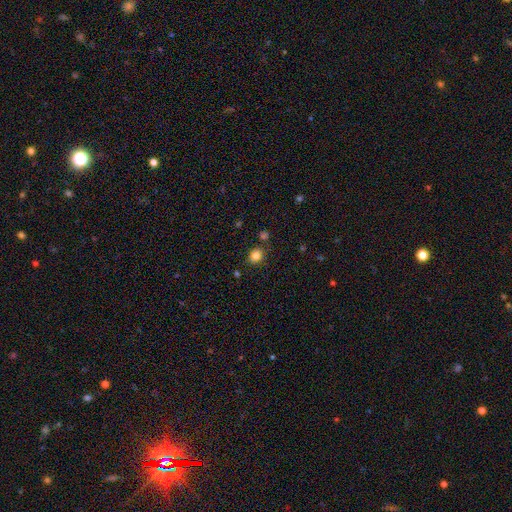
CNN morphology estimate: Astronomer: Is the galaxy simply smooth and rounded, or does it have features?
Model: smooth — 82%.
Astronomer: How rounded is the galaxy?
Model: round — 70%.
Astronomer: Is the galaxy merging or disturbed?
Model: none — 81%.